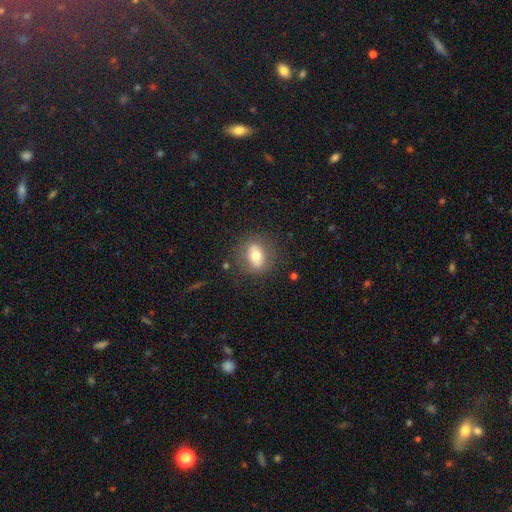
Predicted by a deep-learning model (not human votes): Overall: smooth (63%; featured or disk 28%). How rounded: in between (55%; round 42%). Merging: none (80%).